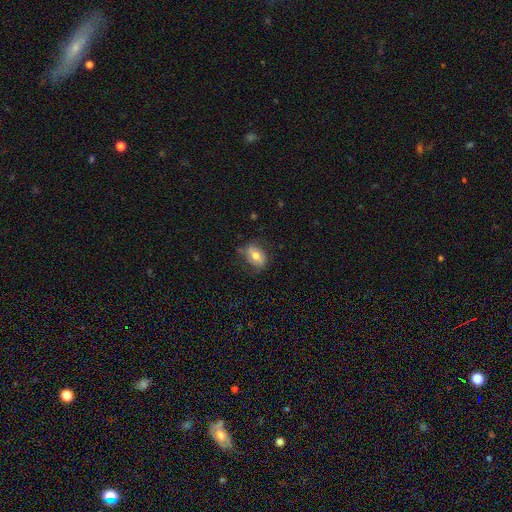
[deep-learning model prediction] A smooth galaxy with no disk features (67%) that is in between round and cigar-shaped (82%).

Vote fractions:
- Smooth or featured? smooth: 67% / featured or disk: 25% / star or artifact: 8%
- How rounded? in between: 82% / round: 16% / cigar-shaped: 2%
- Merging? none: 68% / minor disturbance: 23% / major disturbance: 7% / merger: 2%